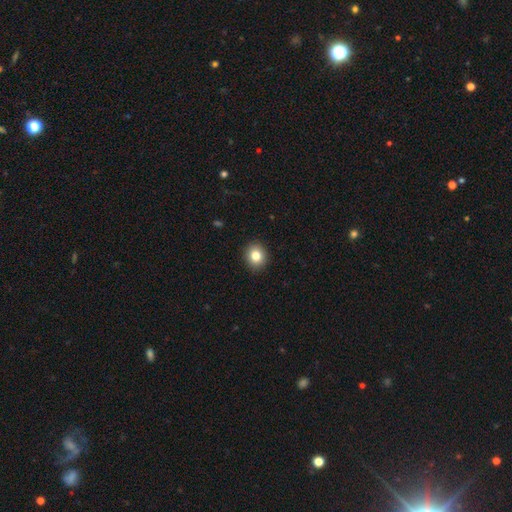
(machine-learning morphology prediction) Smooth or featured? smooth (83%)
How rounded? round (79%)
Merging? none (92%)